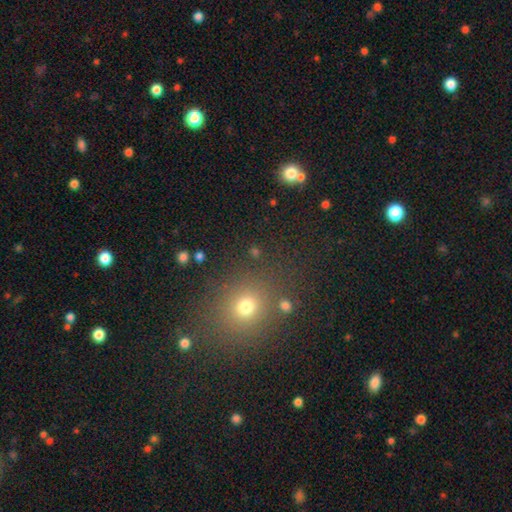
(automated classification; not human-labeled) This appears to be a smooth galaxy with no disk features (61%) that is round (76%). Merging: none (83%).